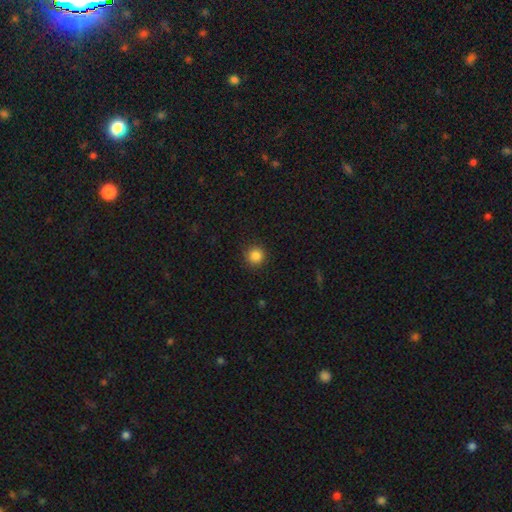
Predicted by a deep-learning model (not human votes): smooth 85%, star or artifact 11%, featured or disk 4%. Down the decision tree: how rounded — round (95%); merging — none (91%).